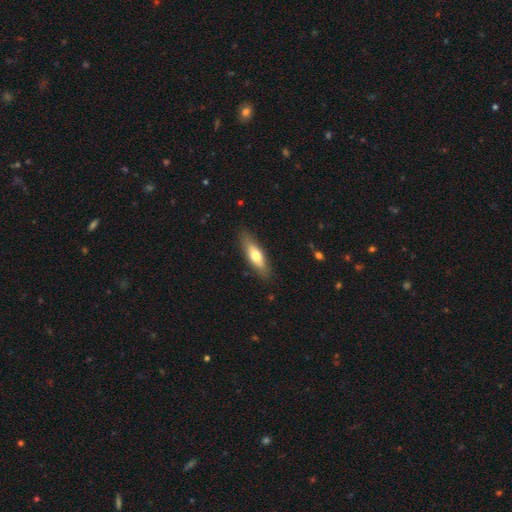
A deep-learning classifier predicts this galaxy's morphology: Overall: smooth (63%; featured or disk 32%). How rounded: cigar-shaped (50%; in between 48%). Merging: none (85%).